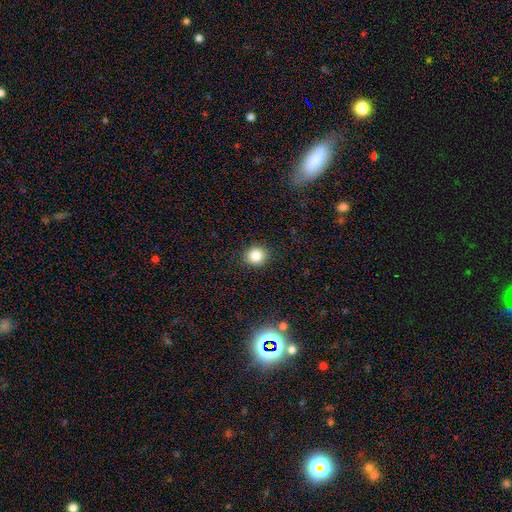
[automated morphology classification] type=smooth (84%); roundness=round (85%); merging=none (90%).